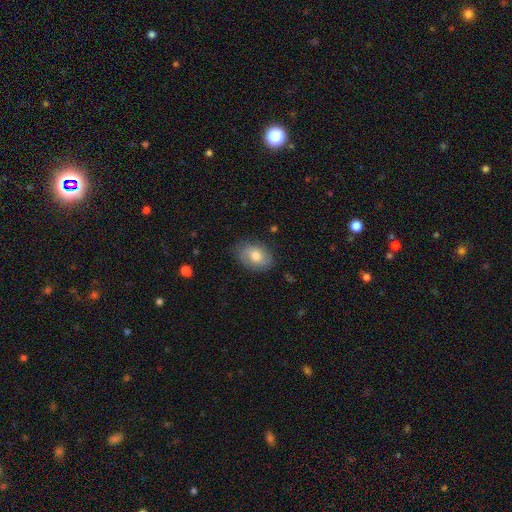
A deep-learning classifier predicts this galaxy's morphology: type=smooth (73%); roundness=in between (77%); merging=none (76%).